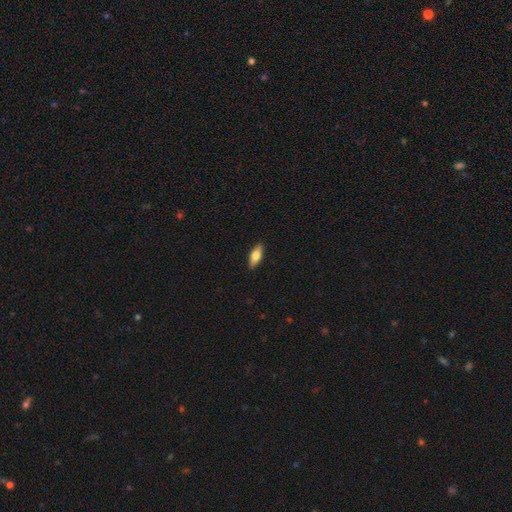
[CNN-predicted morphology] The model was most divided on "smooth or featured": smooth: 71%, featured or disk: 23%, star or artifact: 6%. More confident: merging — none (90%); how rounded — in between (75%).